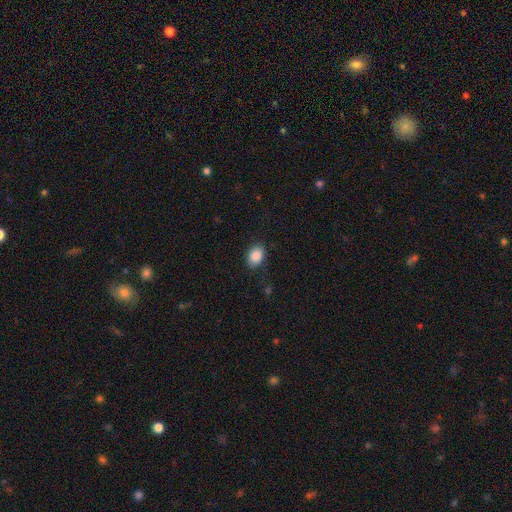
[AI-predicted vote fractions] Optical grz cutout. It shows a smooth galaxy with no disk features (88%) that is in between round and cigar-shaped (78%). Merging: none (84%).